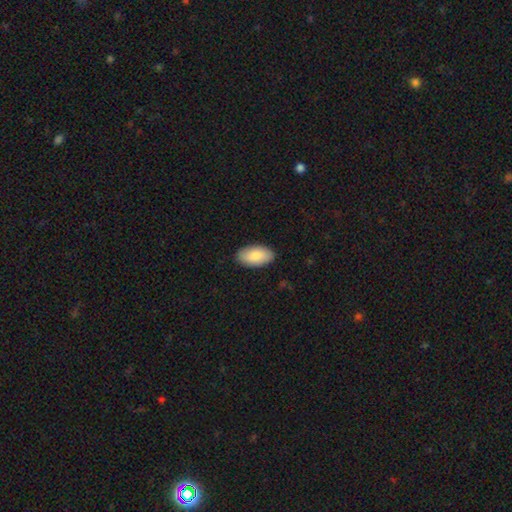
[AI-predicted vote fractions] A smooth galaxy with no disk features (86%) that is in between round and cigar-shaped (96%). Merging: none (89%).